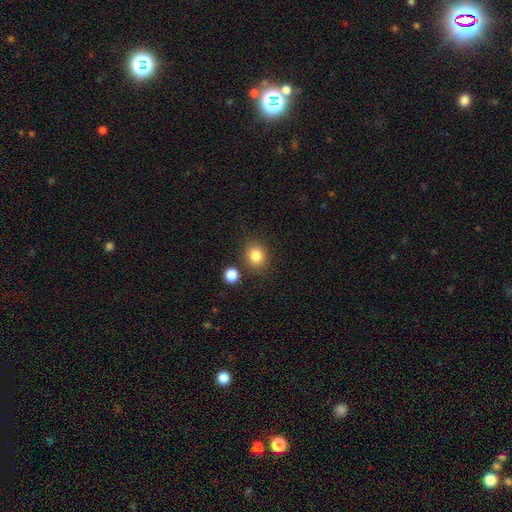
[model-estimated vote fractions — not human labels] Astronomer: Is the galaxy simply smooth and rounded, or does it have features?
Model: smooth — 84%.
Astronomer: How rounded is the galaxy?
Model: round — 70%.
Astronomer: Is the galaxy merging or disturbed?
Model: none — 80%.